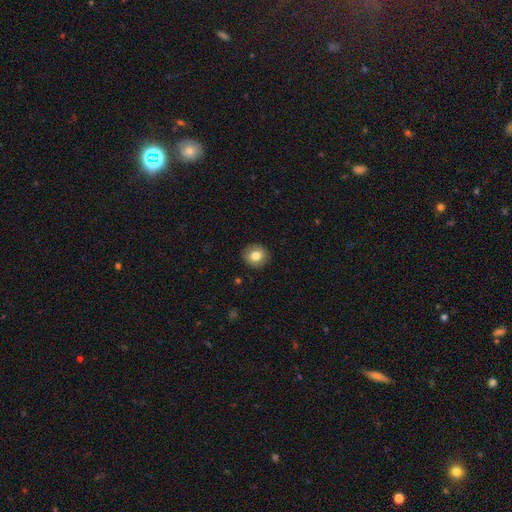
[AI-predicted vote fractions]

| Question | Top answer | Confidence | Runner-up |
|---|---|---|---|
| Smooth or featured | smooth | 81% | featured or disk (10%) |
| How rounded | round | 84% | in between (15%) |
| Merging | none | 90% | minor disturbance (7%) |